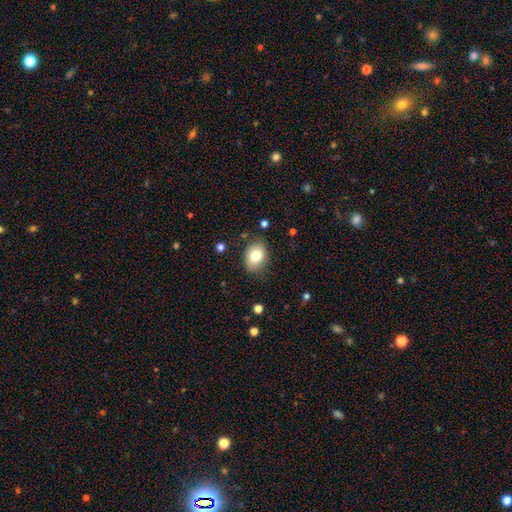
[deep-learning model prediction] The model was most divided on "how rounded": in between: 70%, round: 29%, cigar-shaped: 1%. More confident: merging — none (82%); smooth or featured — smooth (78%).